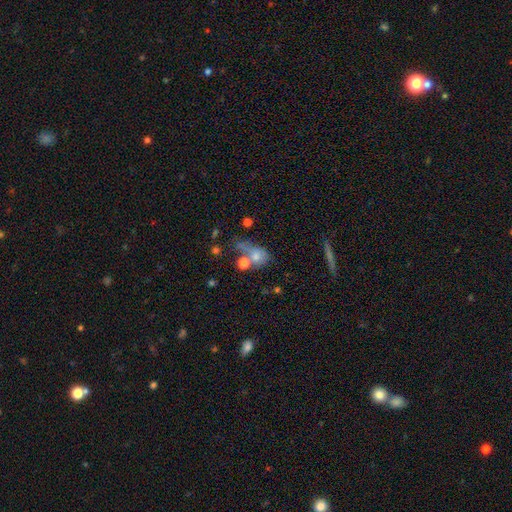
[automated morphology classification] type=smooth (65%); roundness=in between (54%); merging=merger (35%).